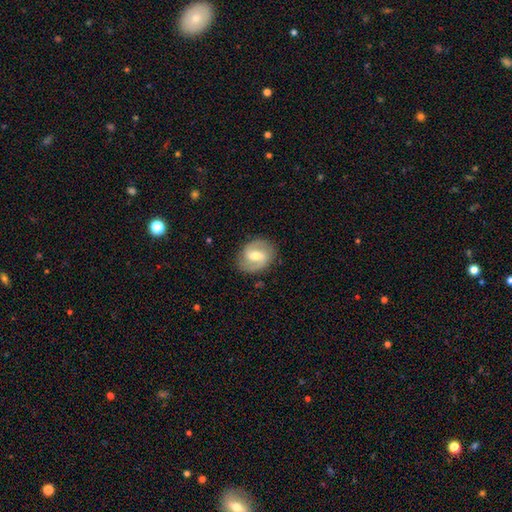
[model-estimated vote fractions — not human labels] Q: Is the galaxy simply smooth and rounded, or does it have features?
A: featured or disk — 76%.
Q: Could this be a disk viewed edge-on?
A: no — 97%.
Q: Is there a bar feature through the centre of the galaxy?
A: weak — 51%.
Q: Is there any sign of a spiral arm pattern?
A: yes — 90%.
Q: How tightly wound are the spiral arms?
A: medium — 51%.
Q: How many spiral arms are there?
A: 2 — 90%.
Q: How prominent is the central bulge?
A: moderate — 65%.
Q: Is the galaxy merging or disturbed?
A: none — 85%.